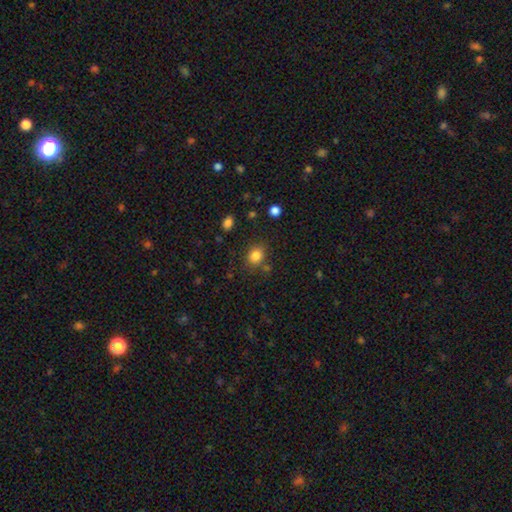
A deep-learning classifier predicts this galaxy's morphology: This appears to be a smooth galaxy with no disk features (83%) that is round (56%). Merging: none (77%).